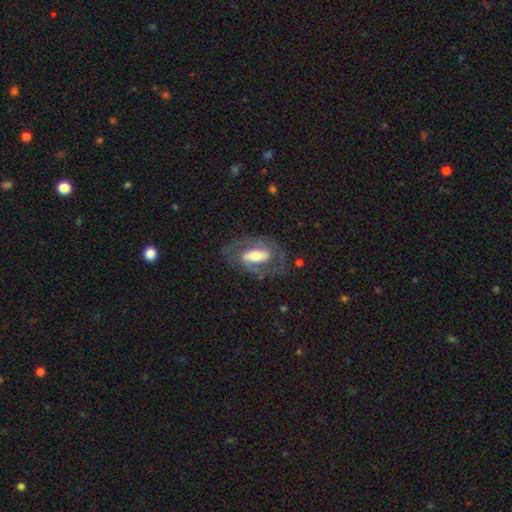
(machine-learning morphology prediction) smooth-or-featured: featured or disk: 73% | smooth: 21% | star or artifact: 6%
  disk-edge-on: no: 92% | yes: 8%
    bar: strong: 47% | weak: 29% | no: 24%
    has-spiral-arms: yes: 71% | no: 29%
    bulge-size: moderate: 56% | small: 21% | large: 19% | dominant: 2% | none: 1%
  merging: none: 70% | minor disturbance: 16% | major disturbance: 13% | merger: 2%